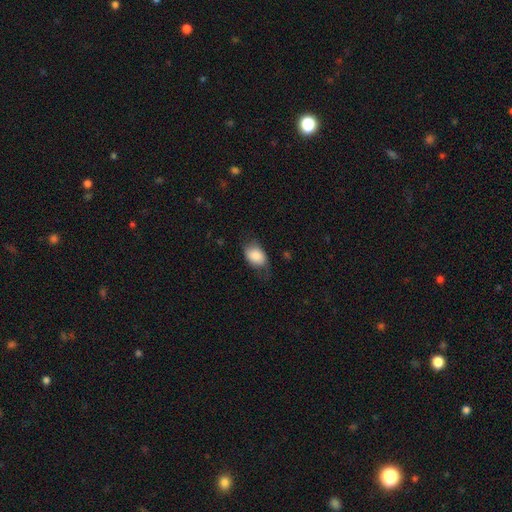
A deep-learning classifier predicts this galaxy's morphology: Overall: smooth (84%). How rounded: in between (84%). Merging: none (58%; minor disturbance 29%).